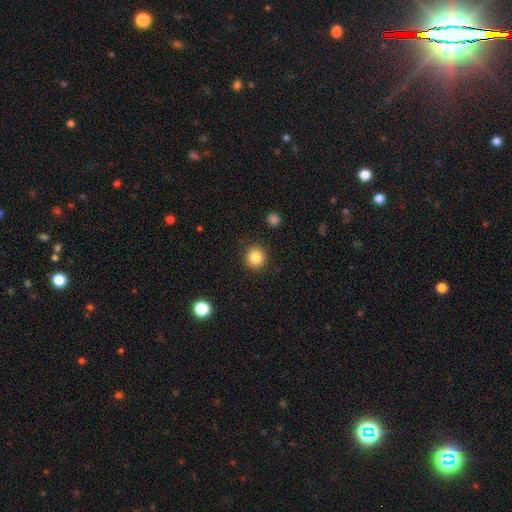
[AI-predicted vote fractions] smooth 86%, star or artifact 10%, featured or disk 4%. Down the decision tree: how rounded — round (93%); merging — none (90%).